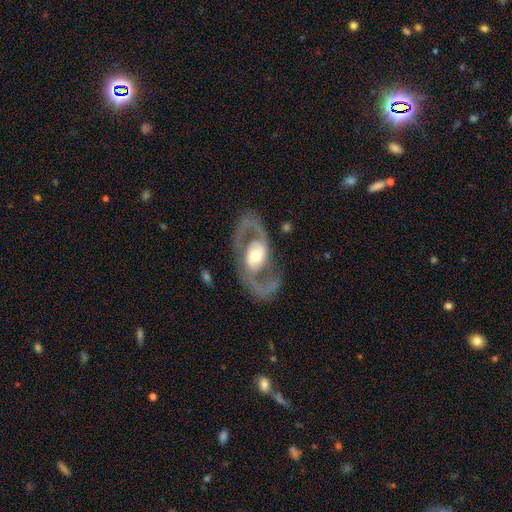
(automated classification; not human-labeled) Smooth or featured? featured or disk (86%)
Edge-on disk? no (95%)
Bar? no (57%)
Spiral arms? yes (84%)
Spiral winding? medium (53%)
Spiral arm count? 2 (91%)
Bulge size? moderate (66%)
Merging? none (77%)